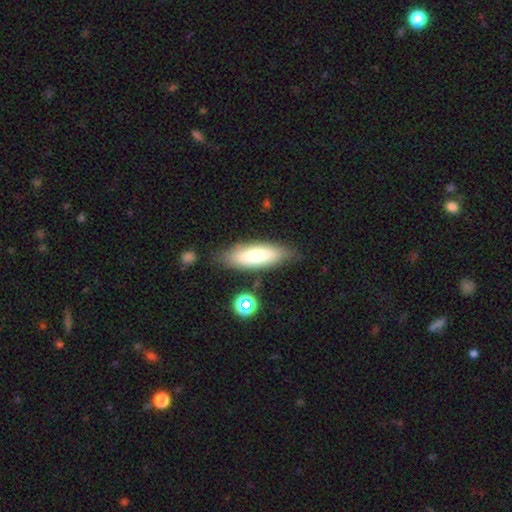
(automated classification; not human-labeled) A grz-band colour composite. It shows a smooth galaxy with no disk features (75%) that is in between round and cigar-shaped (60%). Merging: none (77%).